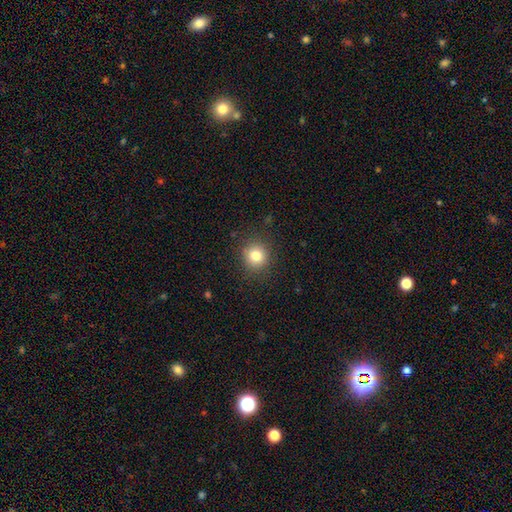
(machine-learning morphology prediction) A smooth galaxy with no disk features (81%) that is round (90%).

Vote fractions:
- Smooth or featured? smooth: 81% / star or artifact: 12% / featured or disk: 7%
- How rounded? round: 90% / in between: 9% / cigar-shaped: 1%
- Merging? none: 88% / minor disturbance: 8% / major disturbance: 3% / merger: 1%